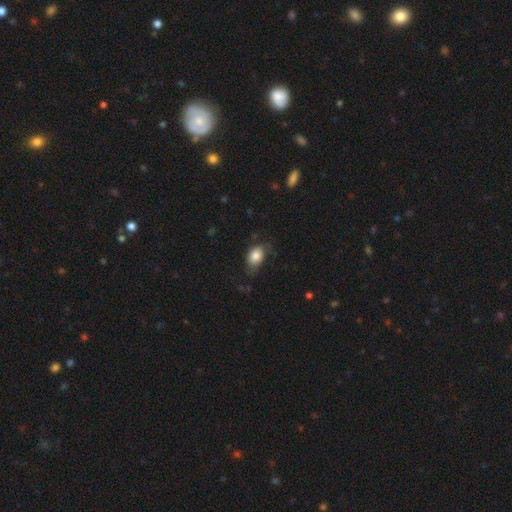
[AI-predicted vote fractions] Smooth or featured?
  - smooth: 82% *
  - featured or disk: 10%
  - star or artifact: 8%
How rounded?
  - in between: 82% *
  - round: 17%
  - cigar-shaped: 2%
Merging?
  - none: 59% *
  - minor disturbance: 29%
  - major disturbance: 10%
  - merger: 2%